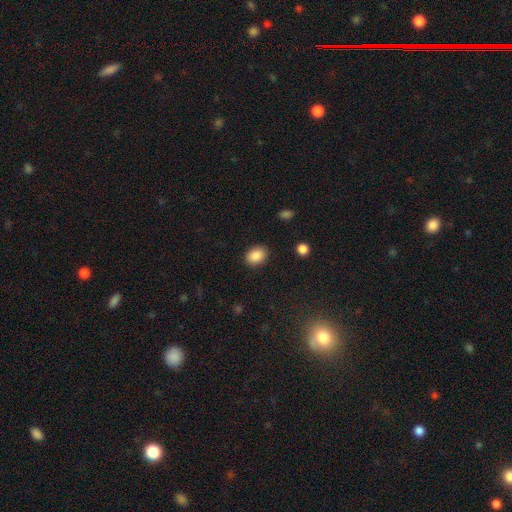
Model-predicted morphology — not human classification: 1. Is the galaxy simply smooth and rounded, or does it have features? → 88% smooth, 8% star or artifact, 4% featured or disk.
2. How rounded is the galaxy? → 69% in between, 30% round, 1% cigar-shaped.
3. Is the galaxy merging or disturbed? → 88% none, 8% minor disturbance, 2% major disturbance, 1% merger.